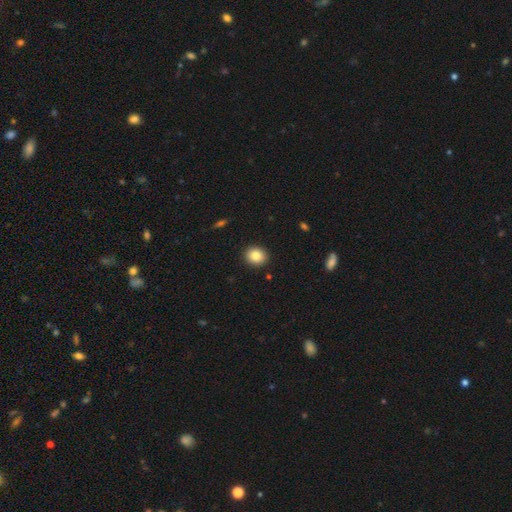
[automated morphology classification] Overall: smooth (84%). How rounded: round (75%). Merging: none (91%).